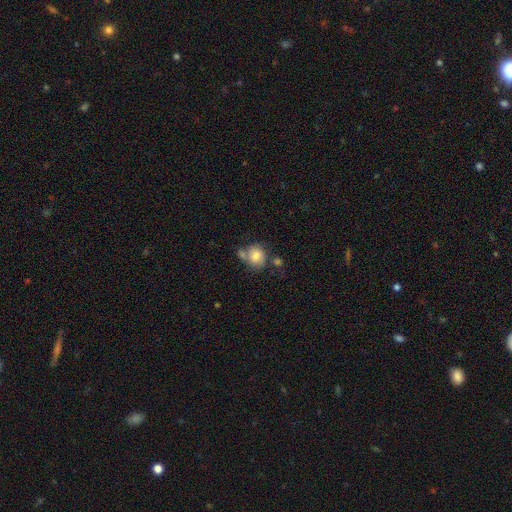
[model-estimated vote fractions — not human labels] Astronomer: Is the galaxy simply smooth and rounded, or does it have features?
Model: smooth — 79%.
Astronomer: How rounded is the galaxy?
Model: round — 78%.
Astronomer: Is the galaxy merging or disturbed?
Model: none — 51%.